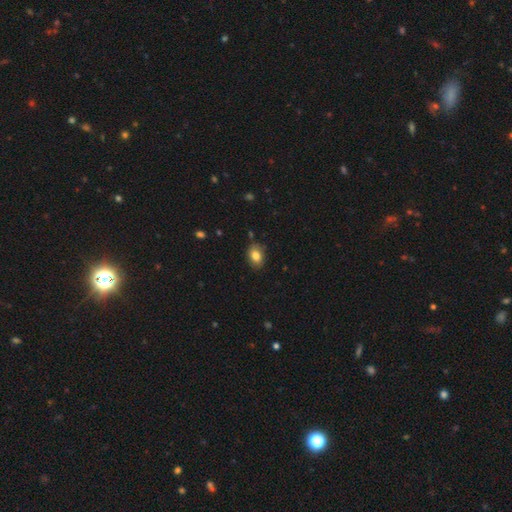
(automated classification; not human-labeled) Overall: smooth (82%). How rounded: in between (73%). Merging: none (82%).